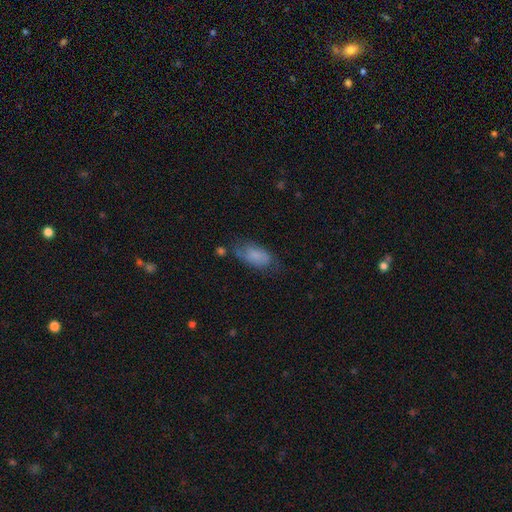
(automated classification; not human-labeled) smooth_or_featured: smooth (p=0.71) [alt: featured or disk p=0.21]
how_rounded: in between (p=0.91) [alt: cigar-shaped p=0.05]
merging: none (p=0.54) [alt: minor disturbance p=0.30]